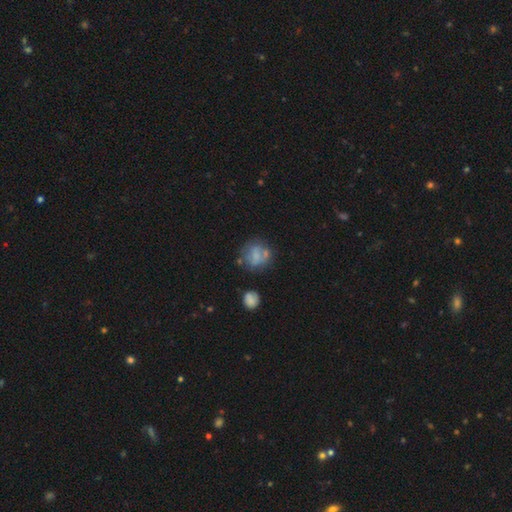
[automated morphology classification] Smooth or featured: smooth — 58% (featured or disk — 31%)
How rounded: round — 73% (in between — 25%)
Merging: none — 50% (minor disturbance — 22%)